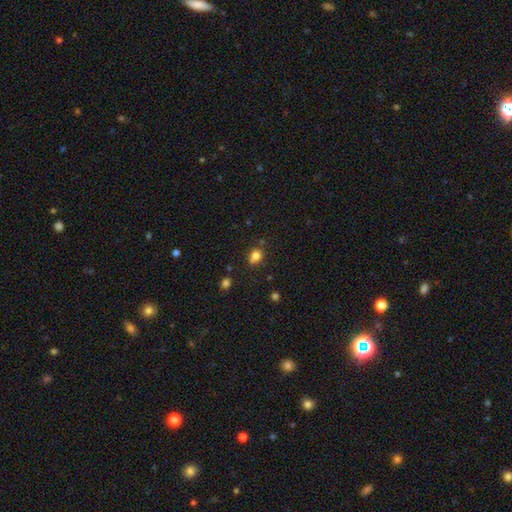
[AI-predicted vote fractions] This is likely a smooth galaxy (77%). How rounded: possibly round (51%). Merging: possibly none (59%).